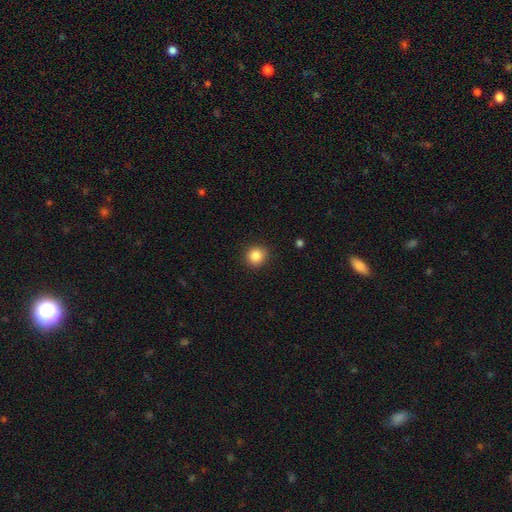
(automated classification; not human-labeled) Q: Smooth or featured?
A: smooth (86%); runner-up: star or artifact (10%)
Q: How rounded?
A: round (87%); runner-up: in between (12%)
Q: Merging?
A: none (89%); runner-up: minor disturbance (8%)